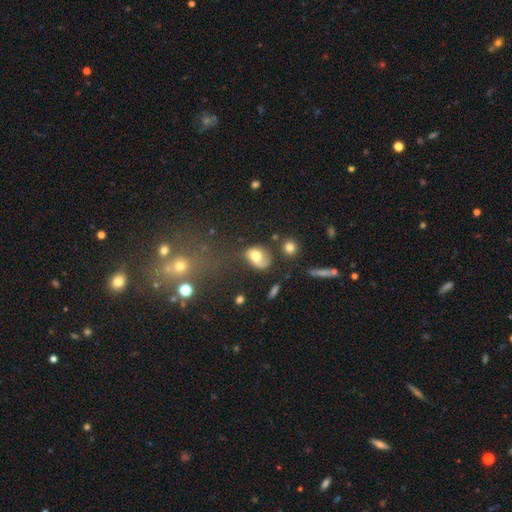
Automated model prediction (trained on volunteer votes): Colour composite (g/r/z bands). It shows a smooth galaxy with no disk features (61%) that is in between round and cigar-shaped (67%). Merging: none (43%).